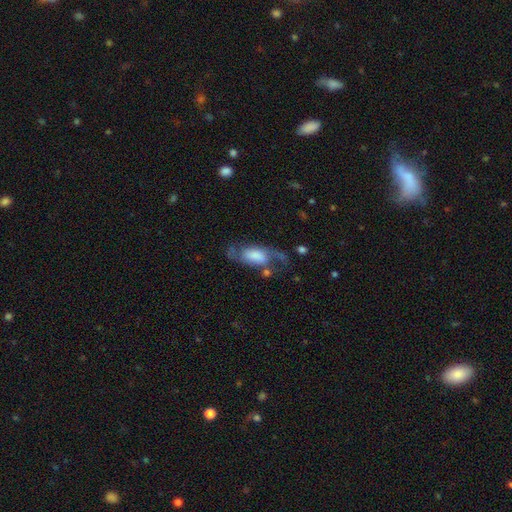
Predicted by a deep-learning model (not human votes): smooth-or-featured: featured or disk: 57% | smooth: 35% | star or artifact: 7%
  disk-edge-on: no: 92% | yes: 8%
    bar: no: 52% | weak: 35% | strong: 13%
    has-spiral-arms: yes: 84% | no: 16%
    bulge-size: large: 36% | none: 20% | moderate: 18% | small: 15% | dominant: 10%
  merging: none: 40% | major disturbance: 31% | minor disturbance: 23% | merger: 7%